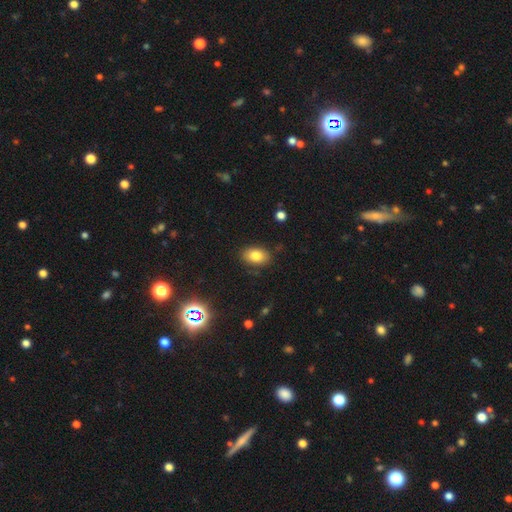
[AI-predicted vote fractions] smooth-or-featured: smooth: 80% | star or artifact: 10% | featured or disk: 10%
  how-rounded: in between: 87% | round: 12% | cigar-shaped: 1%
  merging: none: 85% | minor disturbance: 11% | major disturbance: 3% | merger: 2%